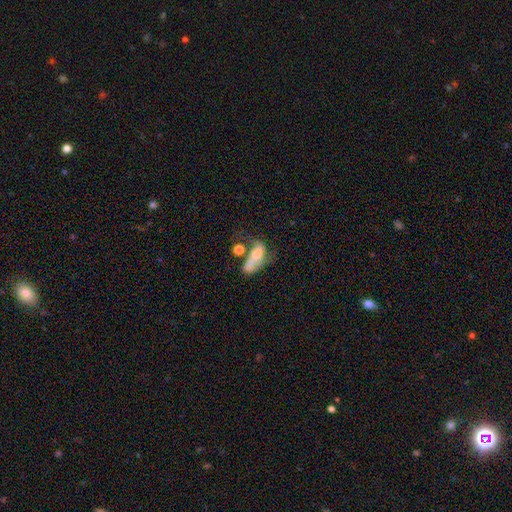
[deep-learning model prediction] Overall: smooth (49%; featured or disk 40%). Merging: merger (40%; major disturbance 28%).